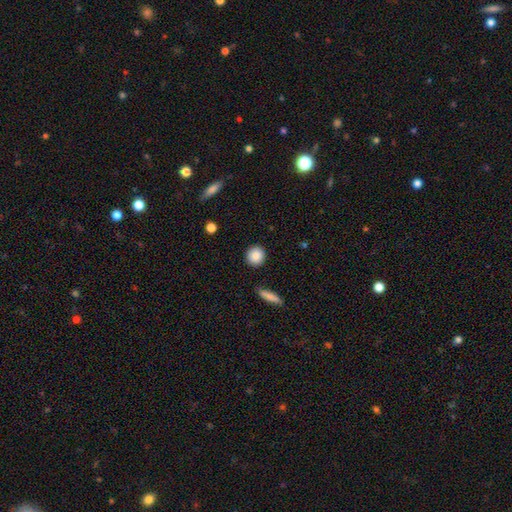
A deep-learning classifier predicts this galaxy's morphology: The model was most divided on "how rounded": round: 89%, in between: 10%, cigar-shaped: 1%. More confident: merging — none (91%); smooth or featured — smooth (88%).